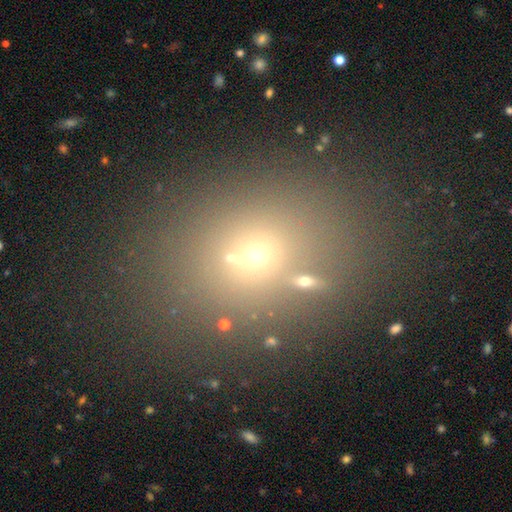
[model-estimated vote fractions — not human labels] Smooth or featured?
  - smooth: 55% *
  - star or artifact: 30%
  - featured or disk: 15%
How rounded?
  - round: 49% *
  - in between: 48%
  - cigar-shaped: 3%
Merging?
  - none: 71% *
  - minor disturbance: 12%
  - merger: 12%
  - major disturbance: 6%